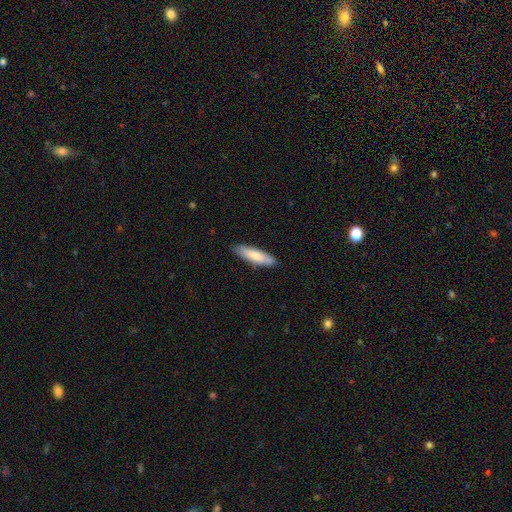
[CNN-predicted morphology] type=smooth (77%); roundness=cigar-shaped (63%); merging=none (85%).